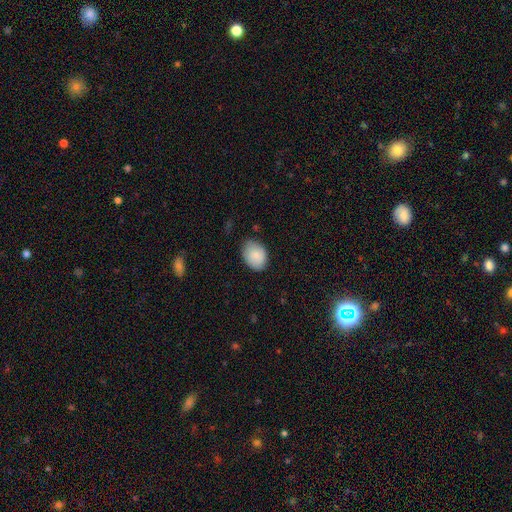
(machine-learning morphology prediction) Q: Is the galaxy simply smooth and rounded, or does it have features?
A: smooth — 87%.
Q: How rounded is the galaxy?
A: in between — 73%.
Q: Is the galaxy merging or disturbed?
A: none — 75%.